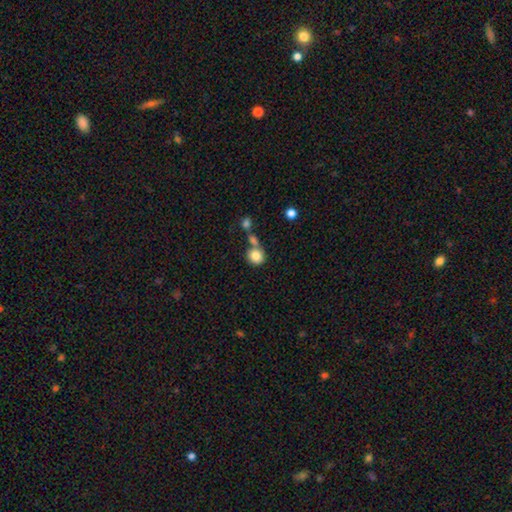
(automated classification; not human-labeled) Q: Smooth or featured?
A: smooth (83%); runner-up: star or artifact (9%)
Q: How rounded?
A: round (87%); runner-up: in between (12%)
Q: Merging?
A: none (52%); runner-up: merger (32%)